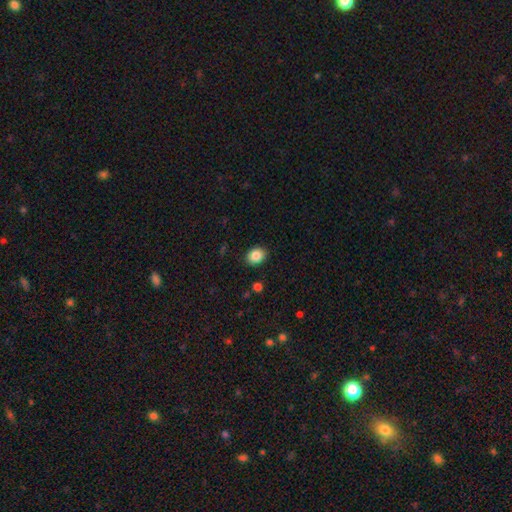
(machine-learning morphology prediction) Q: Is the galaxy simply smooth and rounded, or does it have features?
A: smooth — 86%.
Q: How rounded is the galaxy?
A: in between — 56%.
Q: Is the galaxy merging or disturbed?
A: none — 88%.